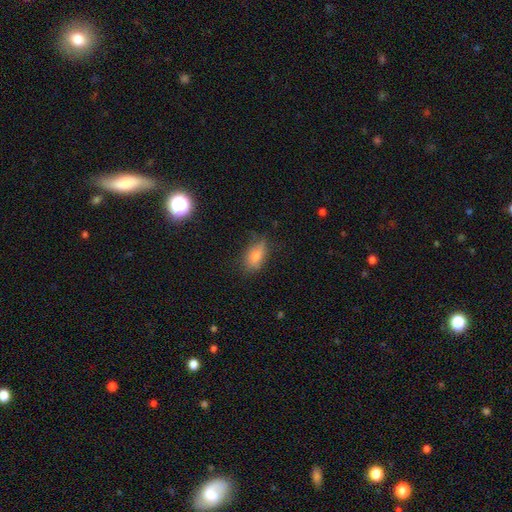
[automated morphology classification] This appears to be a smooth galaxy with no disk features (74%) that is in between round and cigar-shaped (84%). Merging: none (67%).